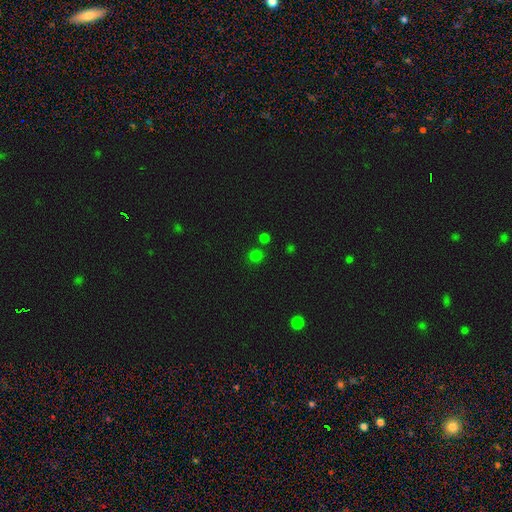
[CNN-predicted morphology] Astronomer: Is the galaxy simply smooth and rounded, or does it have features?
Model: smooth — 73%.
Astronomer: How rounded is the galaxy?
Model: round — 91%.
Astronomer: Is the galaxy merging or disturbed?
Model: none — 80%.